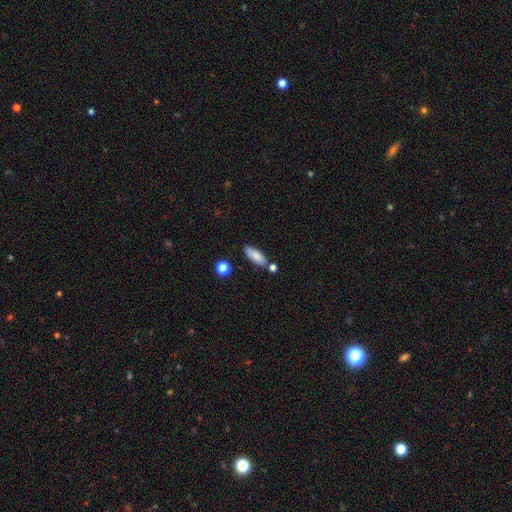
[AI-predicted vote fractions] Smooth or featured? Predicted: smooth (p=0.81). How rounded? Predicted: in between (p=0.69). Merging? Predicted: none (p=0.74).